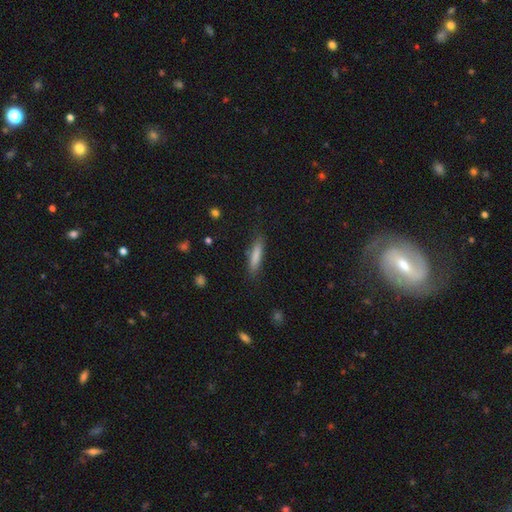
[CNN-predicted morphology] The model was most divided on "how rounded": cigar-shaped: 80%, in between: 18%, round: 2%. More confident: merging — none (83%); smooth or featured — smooth (81%).